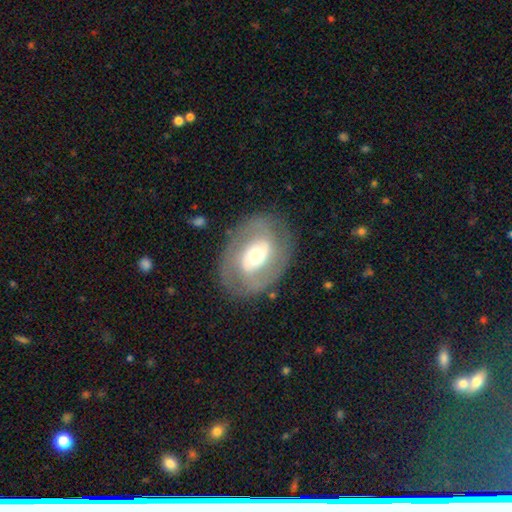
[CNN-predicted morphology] Smooth or featured?
  - featured or disk: 72% *
  - smooth: 22%
  - star or artifact: 6%
Edge-on disk?
  - no: 95% *
  - yes: 5%
Bar?
  - weak: 40% *
  - no: 35%
  - strong: 25%
Spiral arms?
  - yes: 72% *
  - no: 28%
Bulge size?
  - moderate: 64% *
  - large: 18%
  - small: 16%
  - dominant: 2%
  - none: 1%
Merging?
  - none: 79% *
  - minor disturbance: 13%
  - major disturbance: 7%
  - merger: 1%